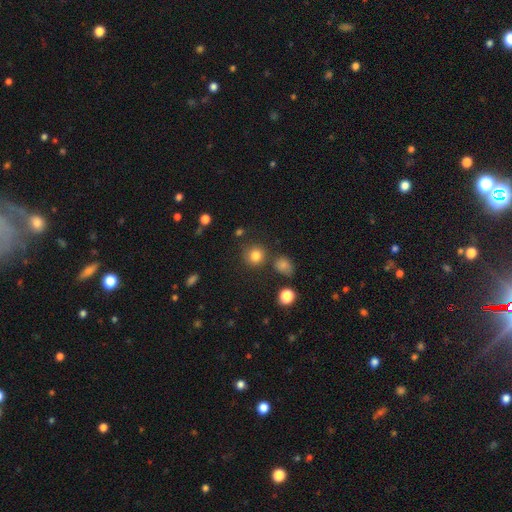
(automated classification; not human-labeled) A smooth galaxy with no disk features (81%) that is round (89%). Merging: none (79%).